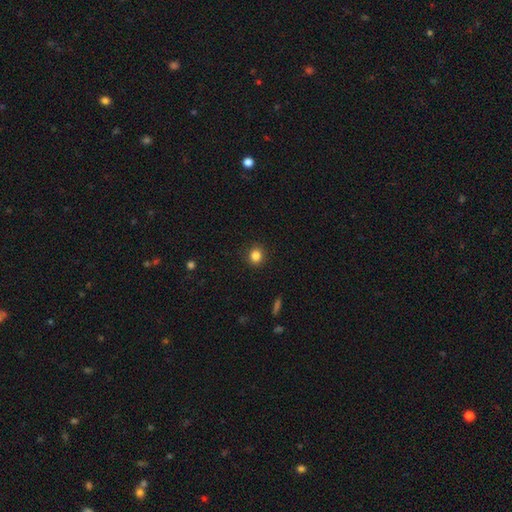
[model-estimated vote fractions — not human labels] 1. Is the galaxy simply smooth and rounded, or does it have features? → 85% smooth, 11% star or artifact, 4% featured or disk.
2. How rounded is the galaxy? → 79% round, 20% in between, 1% cigar-shaped.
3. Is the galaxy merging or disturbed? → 89% none, 7% minor disturbance, 2% major disturbance, 1% merger.